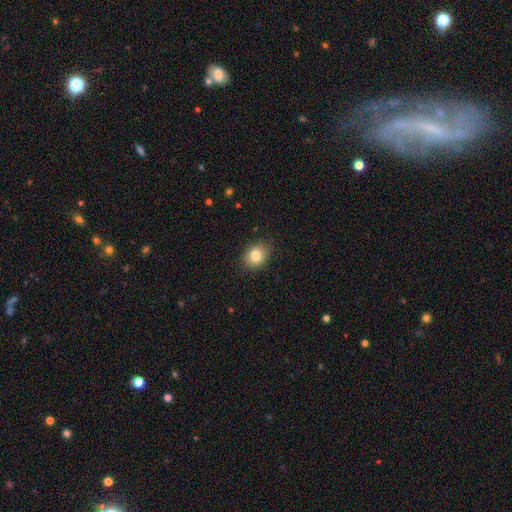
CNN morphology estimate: Smooth or featured: smooth — 82% (star or artifact — 10%)
How rounded: in between — 55% (round — 44%)
Merging: none — 88% (minor disturbance — 9%)